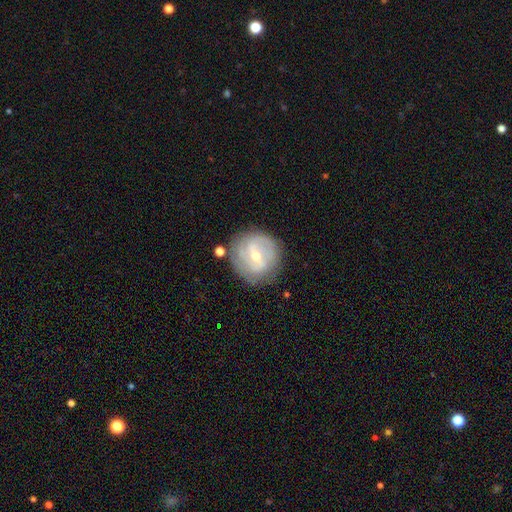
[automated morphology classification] type=featured or disk (74%); edge-on=no (97%); bar=weak (53%); spiral arms=yes (86%); winding=tight (52%); arm count=2 (43%); bulge=small (51%); merging=none (77%).